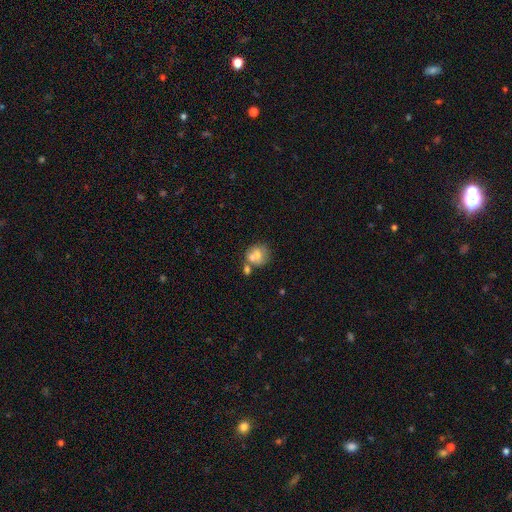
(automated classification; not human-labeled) Morphology: type=smooth (62%); roundness=round (71%); merging=none (41%).